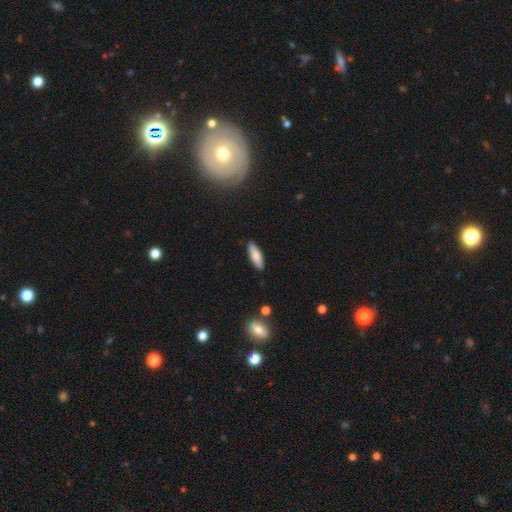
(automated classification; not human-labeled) Smooth or featured: smooth — 82% (featured or disk — 12%)
How rounded: in between — 53% (cigar-shaped — 46%)
Merging: none — 89% (minor disturbance — 8%)